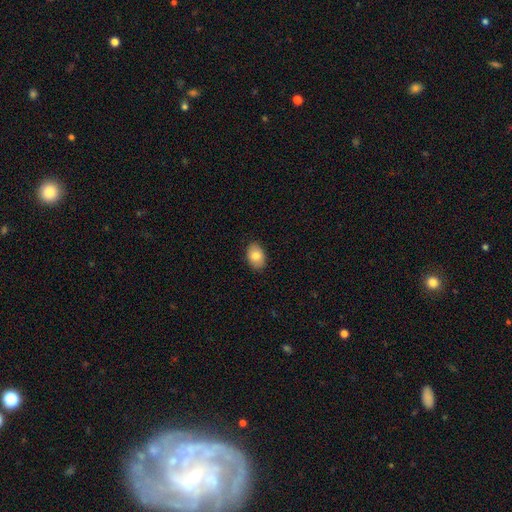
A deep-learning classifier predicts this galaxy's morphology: This is clearly a smooth galaxy (82%). How rounded: clearly in between (86%). Merging: clearly none (89%).